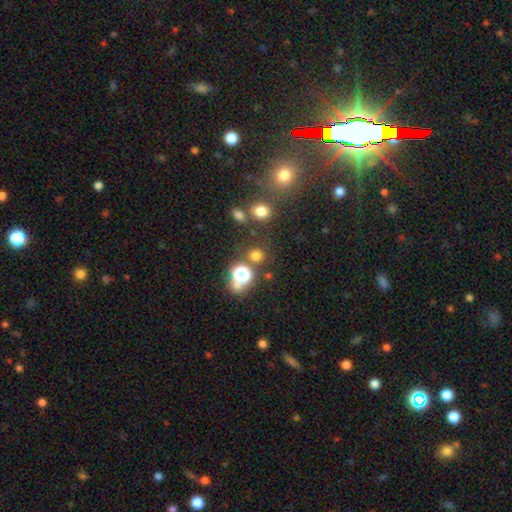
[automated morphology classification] Smooth or featured? smooth (67%)
How rounded? round (86%)
Merging? none (76%)